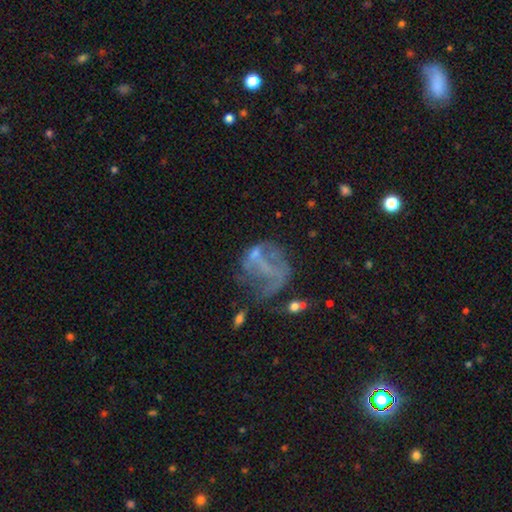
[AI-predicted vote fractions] A featured or disk galaxy (56%) with no bar (66%), no spiral arms (72%) and no central bulge (70%). Merging: major disturbance (40%).